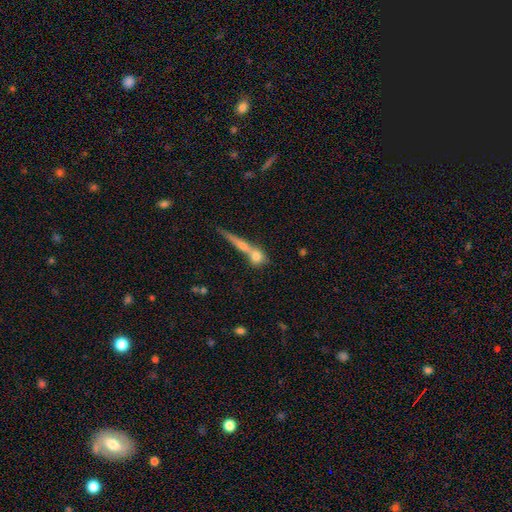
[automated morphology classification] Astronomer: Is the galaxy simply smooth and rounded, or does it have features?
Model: smooth — 63%.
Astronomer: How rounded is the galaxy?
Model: round — 56%.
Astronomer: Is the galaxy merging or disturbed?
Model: merger — 44% (runner-up: none, 42%).